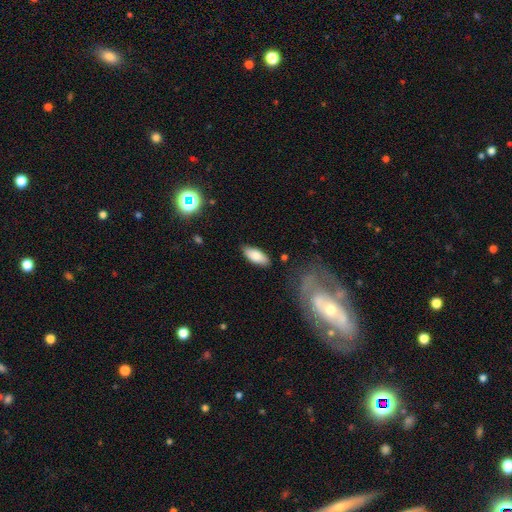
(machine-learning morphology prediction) A smooth galaxy with no disk features (83%) that is in between round and cigar-shaped (80%).

Vote fractions:
- Smooth or featured? smooth: 83% / featured or disk: 10% / star or artifact: 7%
- How rounded? in between: 80% / cigar-shaped: 18% / round: 2%
- Merging? none: 83% / minor disturbance: 12% / major disturbance: 3% / merger: 2%